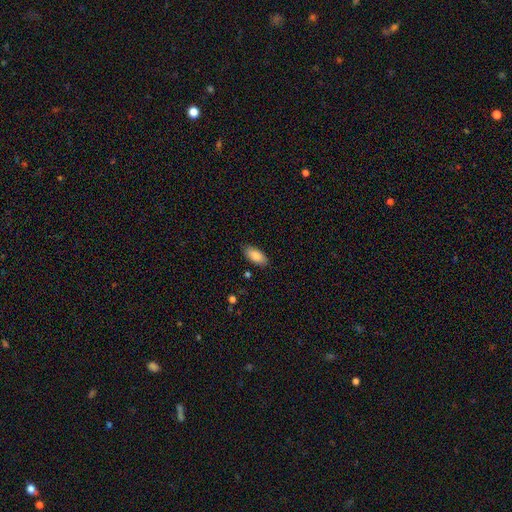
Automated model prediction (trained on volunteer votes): smooth 86%, featured or disk 7%, star or artifact 6%. Down the decision tree: how rounded — in between (89%); merging — none (86%).